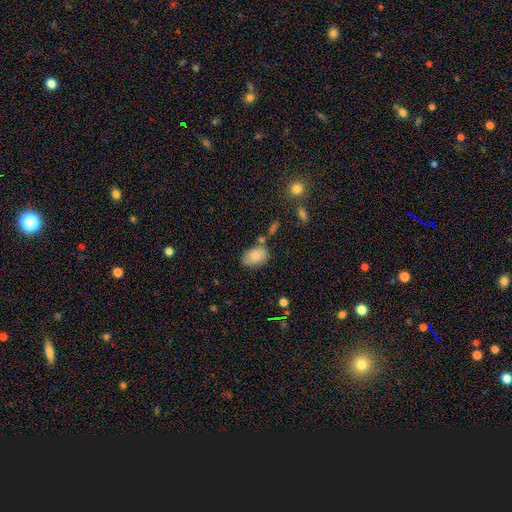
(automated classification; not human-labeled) A smooth galaxy with no disk features (80%) that is in between round and cigar-shaped (88%). Merging: none (61%).